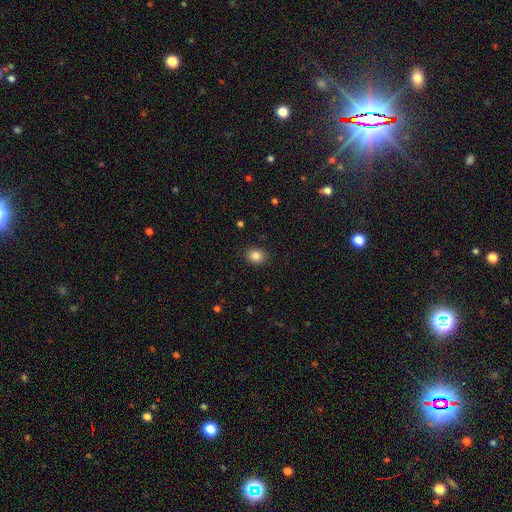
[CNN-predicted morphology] smooth_or_featured: smooth (p=0.85) [alt: star or artifact p=0.10]
how_rounded: round (p=0.59) [alt: in between p=0.40]
merging: none (p=0.88) [alt: minor disturbance p=0.08]